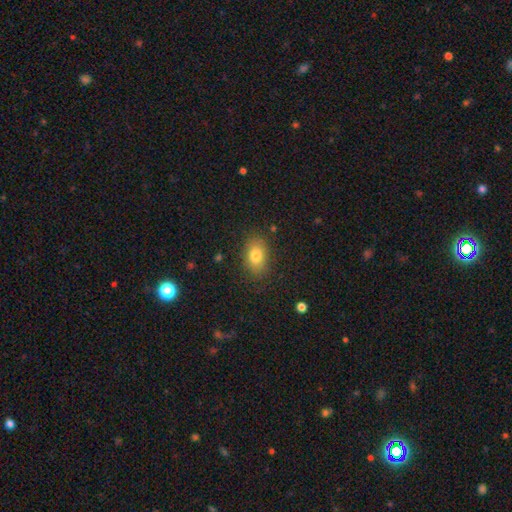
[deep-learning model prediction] smooth_or_featured: smooth (p=0.79) [alt: featured or disk p=0.11]
how_rounded: in between (p=0.82) [alt: round p=0.17]
merging: none (p=0.84) [alt: minor disturbance p=0.11]